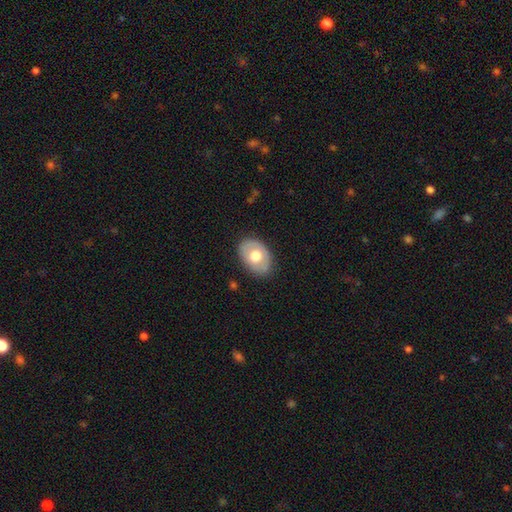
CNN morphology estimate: Smooth or featured?
  - smooth: 60% *
  - featured or disk: 34%
  - star or artifact: 6%
How rounded?
  - in between: 82% *
  - round: 17%
  - cigar-shaped: 1%
Merging?
  - none: 81% *
  - minor disturbance: 15%
  - major disturbance: 4%
  - merger: 1%